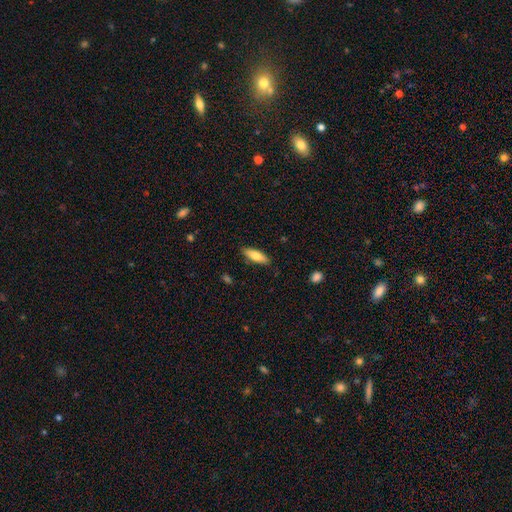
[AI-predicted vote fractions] Smooth or featured? smooth (73%)
How rounded? cigar-shaped (49%, tied with in between)
Merging? none (87%)